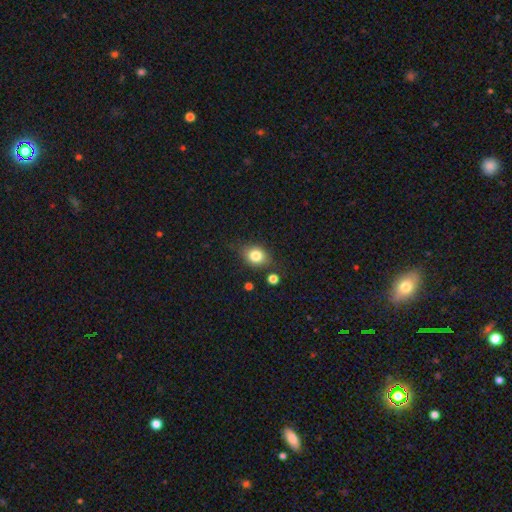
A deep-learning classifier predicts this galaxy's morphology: This appears to be a smooth galaxy with no disk features (80%) that is round (51%). Merging: none (75%).